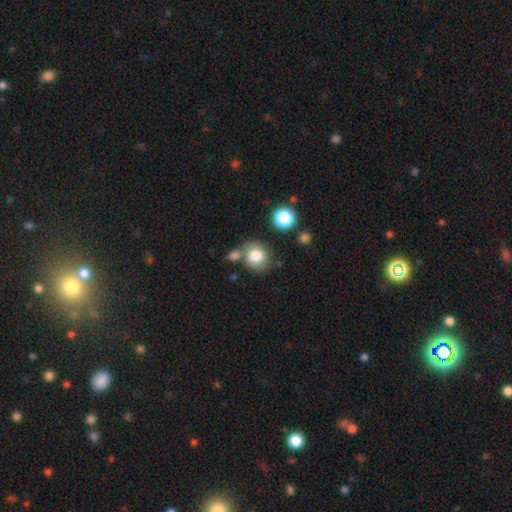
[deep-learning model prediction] This appears to be a smooth galaxy with no disk features (80%) that is round (80%). Merging: none (65%).